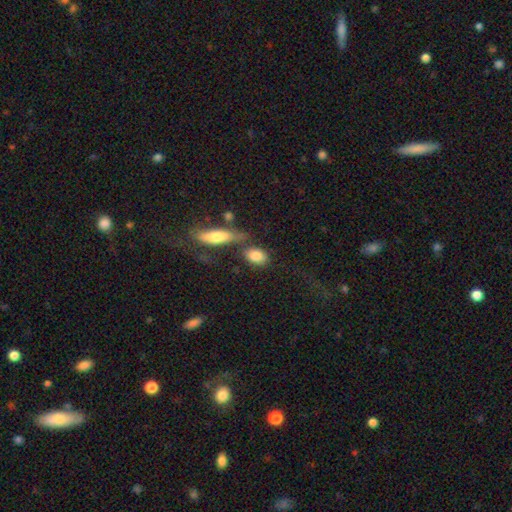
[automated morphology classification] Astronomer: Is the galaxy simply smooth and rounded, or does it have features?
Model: smooth — 83%.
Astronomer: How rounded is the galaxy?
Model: in between — 77%.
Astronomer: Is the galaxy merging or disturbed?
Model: none — 58%.